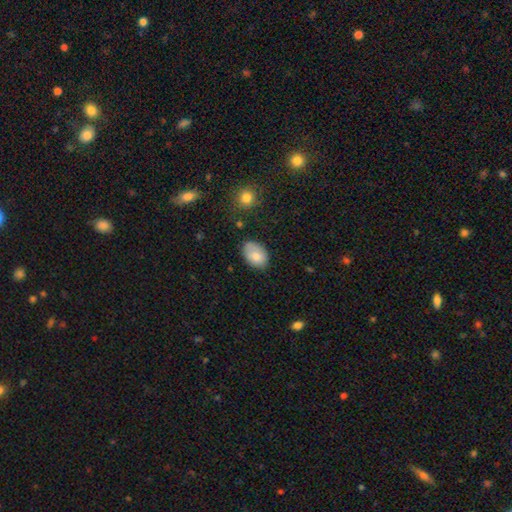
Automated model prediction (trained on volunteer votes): Overall: smooth (80%). How rounded: in between (85%). Merging: none (66%; minor disturbance 26%).